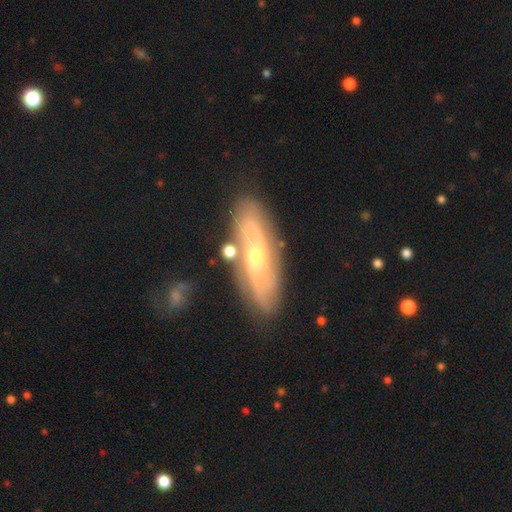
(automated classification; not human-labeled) featured or disk 77%, smooth 17%, star or artifact 6%. Down the decision tree: edge-on disk — no (85%); bar — no (59%); spiral arms — yes (90%); spiral arm count — 2 (64%); spiral winding — medium (40%, tied with tight); bulge size — moderate (56%); merging — none (79%).